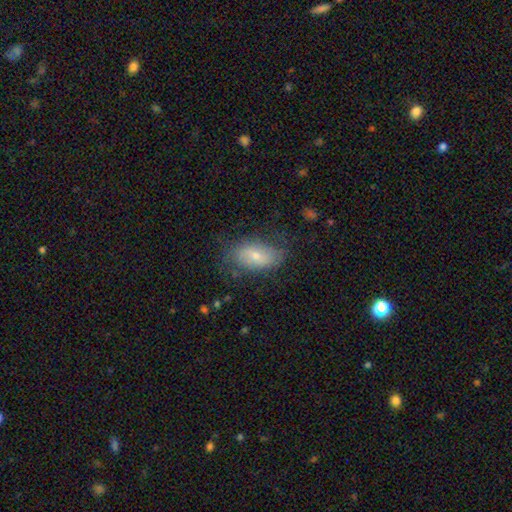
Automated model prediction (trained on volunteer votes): Smooth or featured? Predicted: smooth (p=0.61). How rounded? Predicted: in between (p=0.90). Merging? Predicted: none (p=0.67).